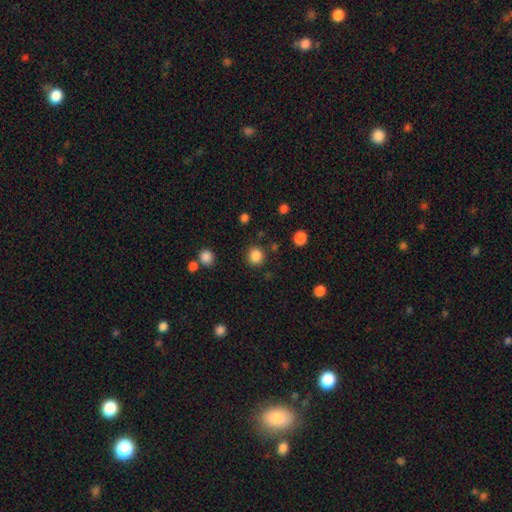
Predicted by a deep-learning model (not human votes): This appears to be a smooth galaxy with no disk features (85%) that is round (91%). Merging: none (88%).